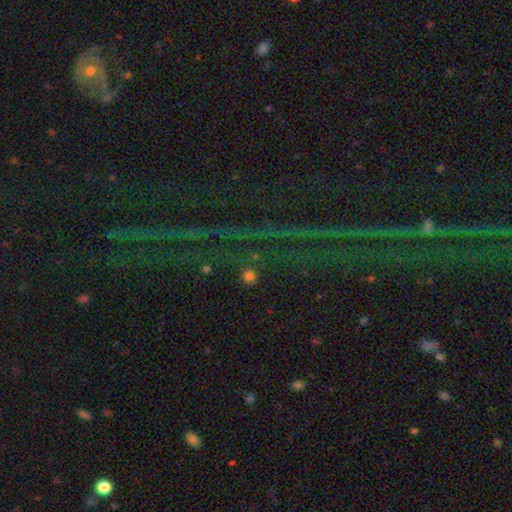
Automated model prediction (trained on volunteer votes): Morphology: type=star or artifact (85%).